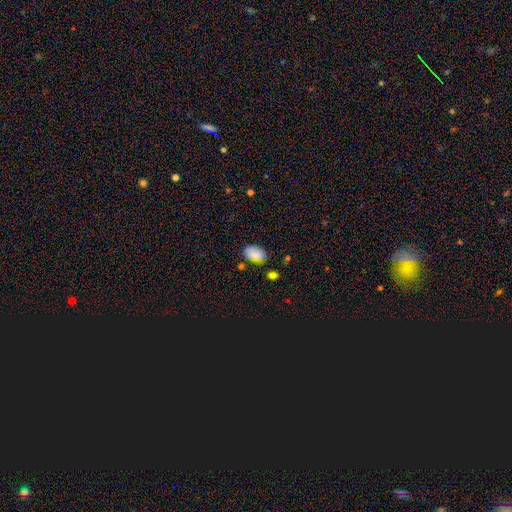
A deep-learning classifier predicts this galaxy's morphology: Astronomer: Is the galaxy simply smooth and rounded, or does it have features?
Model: smooth — 85%.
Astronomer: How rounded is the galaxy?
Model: in between — 91%.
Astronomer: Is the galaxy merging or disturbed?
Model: none — 71%.